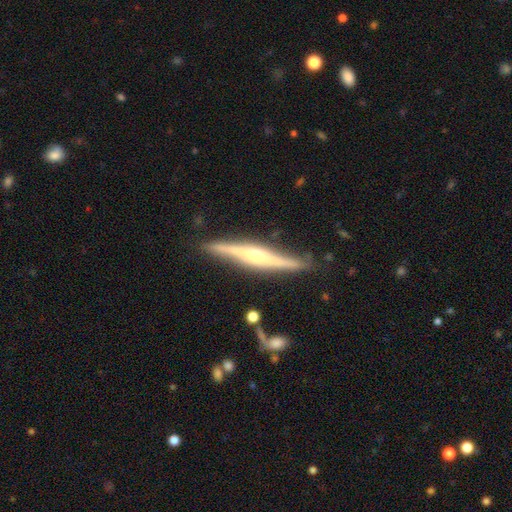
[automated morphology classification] A featured or disk galaxy (81%) viewed edge-on (96%) with a rounded central bulge (88%).

Vote fractions:
- Smooth or featured? featured or disk: 81% / smooth: 14% / star or artifact: 5%
- Edge-on disk? yes: 96% / no: 4%
- Edge-on bulge? rounded: 88% / none: 6% / boxy: 6%
- Merging? none: 81% / minor disturbance: 14% / major disturbance: 3% / merger: 3%